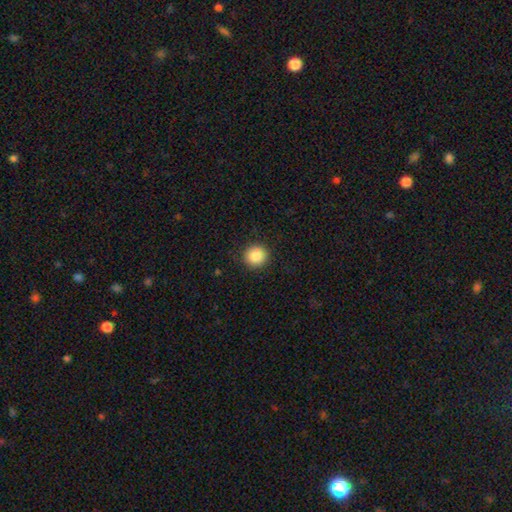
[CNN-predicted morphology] smooth_or_featured: smooth (p=0.87) [alt: star or artifact p=0.09]
how_rounded: round (p=0.92) [alt: in between p=0.07]
merging: none (p=0.91) [alt: minor disturbance p=0.06]